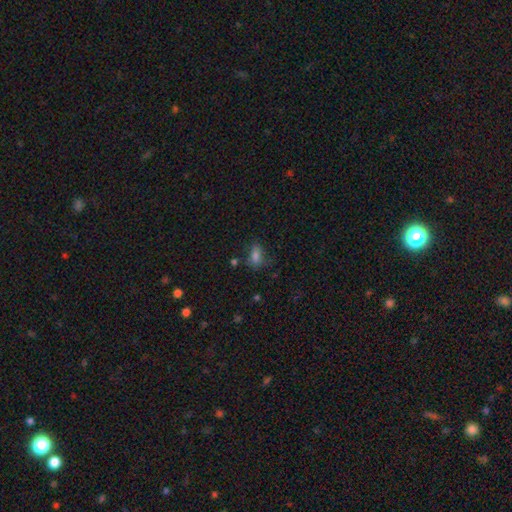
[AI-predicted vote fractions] A smooth galaxy with no disk features (75%) that is in between round and cigar-shaped (81%). Merging: none (59%).